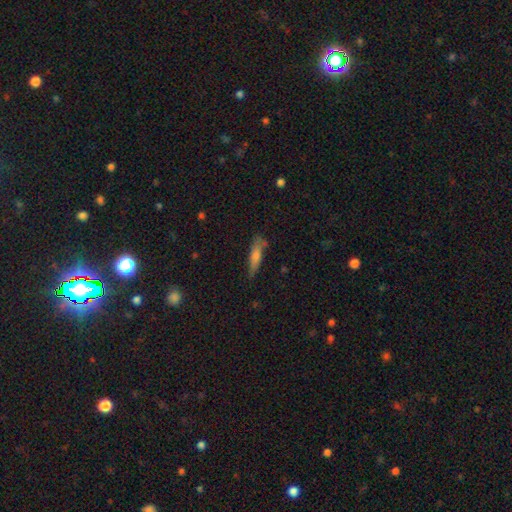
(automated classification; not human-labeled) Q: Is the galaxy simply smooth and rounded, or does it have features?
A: smooth — 62%.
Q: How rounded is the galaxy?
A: cigar-shaped — 76%.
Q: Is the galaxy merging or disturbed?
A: none — 67%.